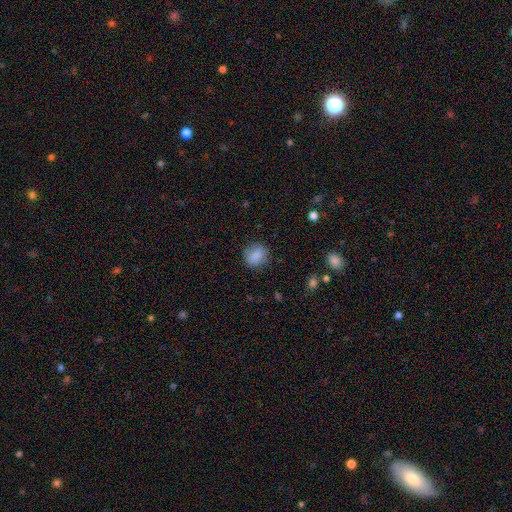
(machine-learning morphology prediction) A smooth galaxy with no disk features (84%) that is round (62%).

Vote fractions:
- Smooth or featured? smooth: 84% / star or artifact: 8% / featured or disk: 8%
- How rounded? round: 62% / in between: 36% / cigar-shaped: 2%
- Merging? none: 83% / minor disturbance: 12% / major disturbance: 4% / merger: 1%